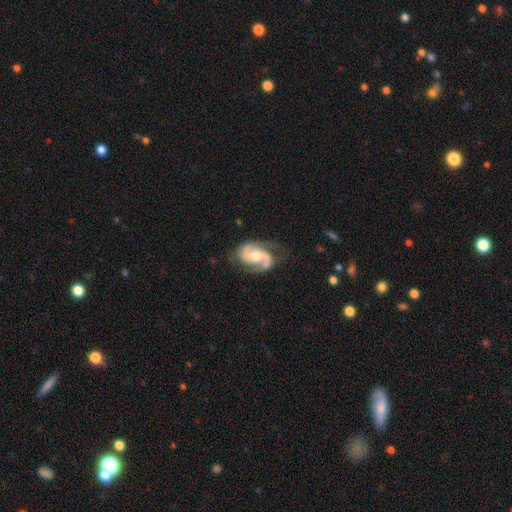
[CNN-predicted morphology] The model was most divided on "bar": no: 55%, weak: 35%, strong: 9%. More confident: edge-on disk — no (98%); spiral arms — yes (97%); spiral arm count — 2 (90%); smooth or featured — featured or disk (88%); merging — none (71%); bulge size — moderate (67%); spiral winding — medium (54%).